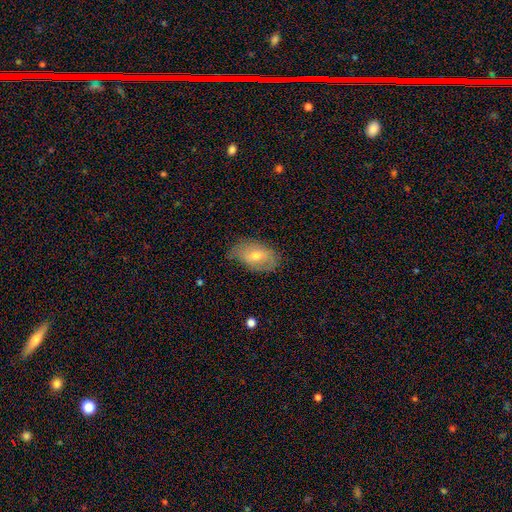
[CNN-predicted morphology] Smooth or featured? Predicted: smooth (p=0.56). How rounded? Predicted: in between (p=0.91). Merging? Predicted: none (p=0.68).